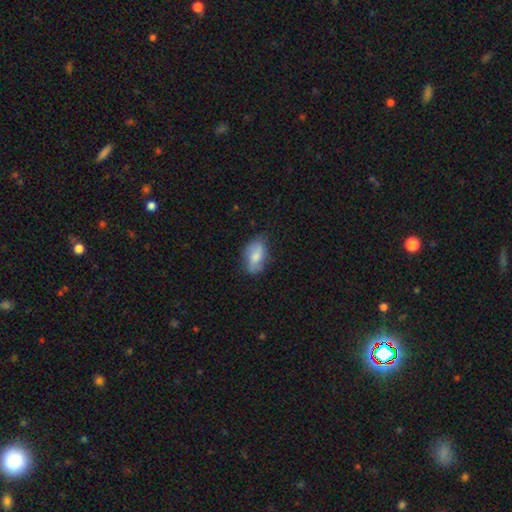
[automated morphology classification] Smooth or featured?
  - smooth: 69% *
  - featured or disk: 24%
  - star or artifact: 7%
How rounded?
  - in between: 90% *
  - round: 6%
  - cigar-shaped: 4%
Merging?
  - none: 66% *
  - minor disturbance: 26%
  - major disturbance: 7%
  - merger: 2%